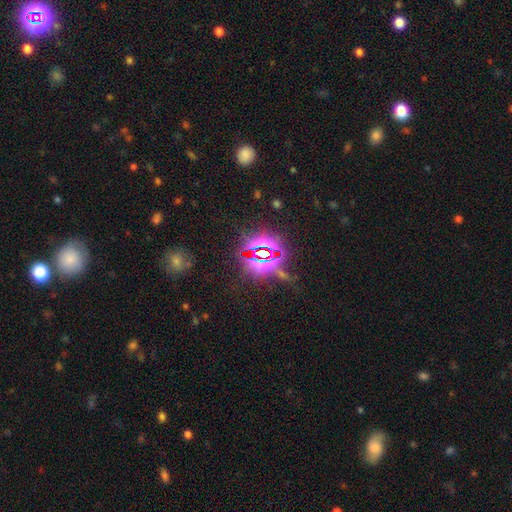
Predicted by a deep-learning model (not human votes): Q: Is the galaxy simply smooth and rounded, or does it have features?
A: star or artifact — 82%.